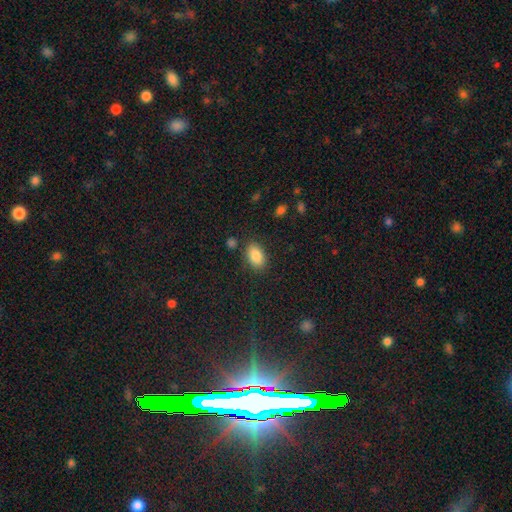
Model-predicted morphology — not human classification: smooth 87%, star or artifact 8%, featured or disk 6%. Down the decision tree: how rounded — in between (90%); merging — none (82%).